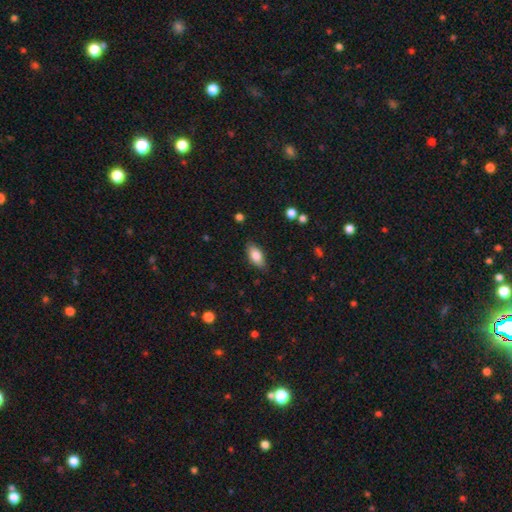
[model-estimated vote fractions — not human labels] smooth 81%, featured or disk 12%, star or artifact 7%. Down the decision tree: how rounded — in between (88%); merging — none (83%).